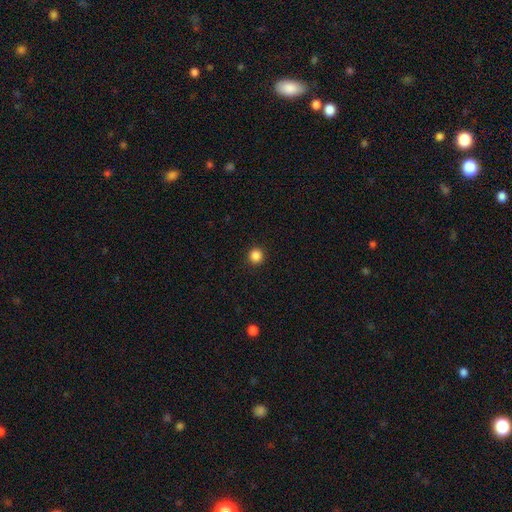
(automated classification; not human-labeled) Smooth or featured? smooth (86%)
How rounded? round (95%)
Merging? none (93%)